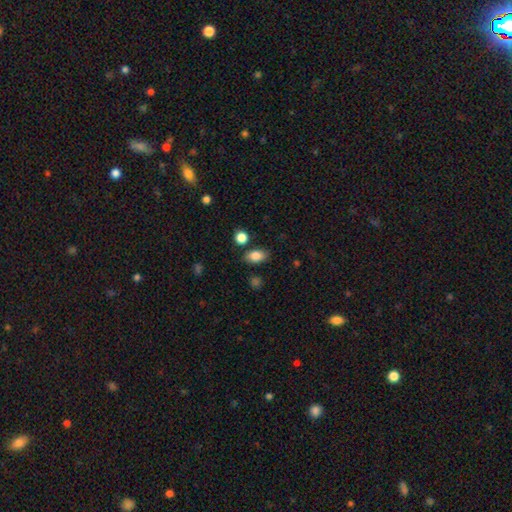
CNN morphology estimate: A smooth galaxy with no disk features (85%) that is in between round and cigar-shaped (86%). Merging: none (82%).